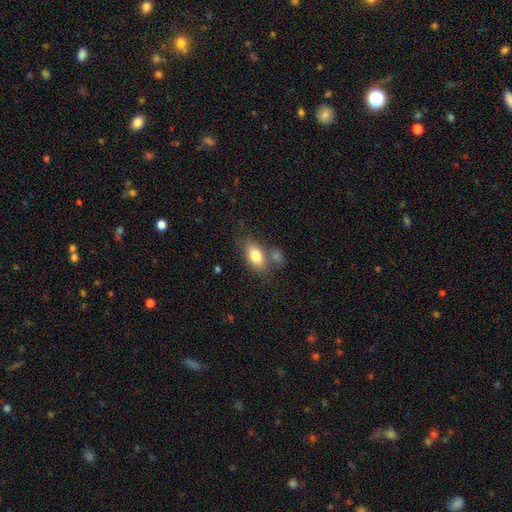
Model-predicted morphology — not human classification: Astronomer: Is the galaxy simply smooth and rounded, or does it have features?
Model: smooth — 79%.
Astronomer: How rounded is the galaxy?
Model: in between — 88%.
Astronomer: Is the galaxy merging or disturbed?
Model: none — 60%.